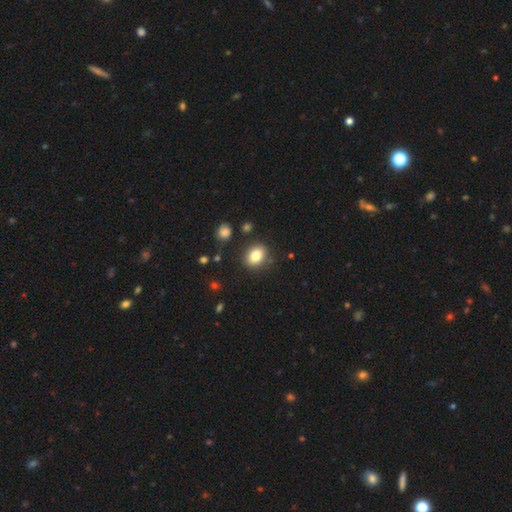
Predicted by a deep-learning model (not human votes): smooth-or-featured: smooth: 81% | star or artifact: 10% | featured or disk: 9%
  how-rounded: in between: 56% | round: 42% | cigar-shaped: 1%
  merging: none: 84% | minor disturbance: 10% | major disturbance: 3% | merger: 3%